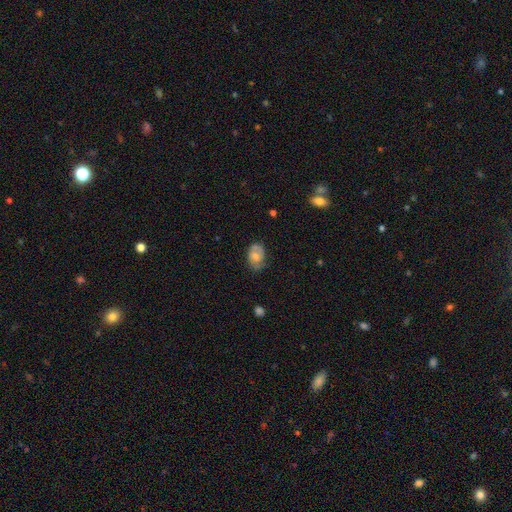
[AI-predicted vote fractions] Smooth or featured? Predicted: featured or disk (p=0.48). Merging? Predicted: none (p=0.60).